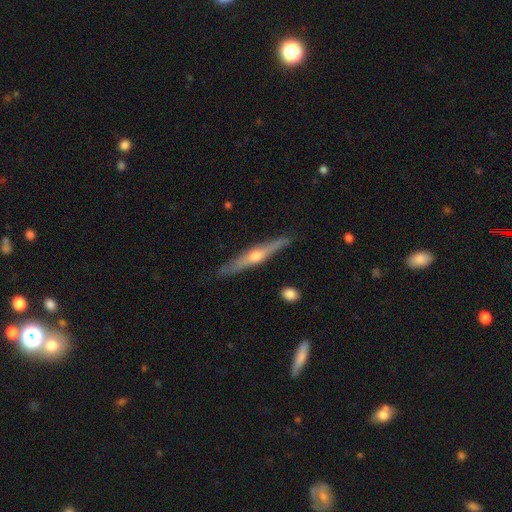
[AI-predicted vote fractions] A featured or disk galaxy (74%) viewed edge-on (97%) with a rounded central bulge (89%). Merging: none (88%).